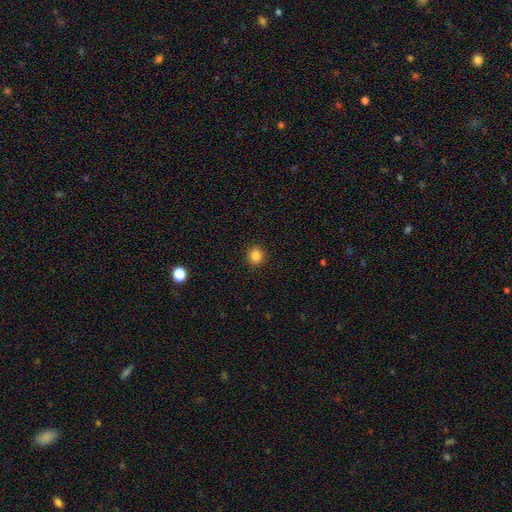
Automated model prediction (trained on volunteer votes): Morphology: type=smooth (85%); roundness=round (90%); merging=none (92%).